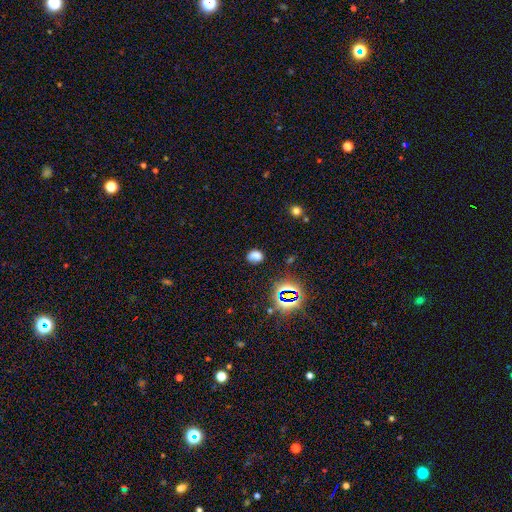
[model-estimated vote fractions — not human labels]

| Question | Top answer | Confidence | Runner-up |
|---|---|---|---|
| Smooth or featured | smooth | 69% | star or artifact (24%) |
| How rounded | in between | 61% | round (38%) |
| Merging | none | 79% | minor disturbance (14%) |